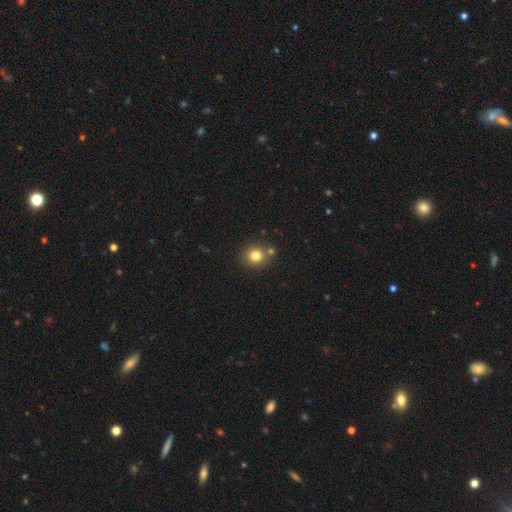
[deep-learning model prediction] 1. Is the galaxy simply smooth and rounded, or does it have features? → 81% smooth, 12% star or artifact, 7% featured or disk.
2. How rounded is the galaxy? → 88% round, 11% in between, 1% cigar-shaped.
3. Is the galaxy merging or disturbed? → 79% none, 10% merger, 8% minor disturbance, 2% major disturbance.